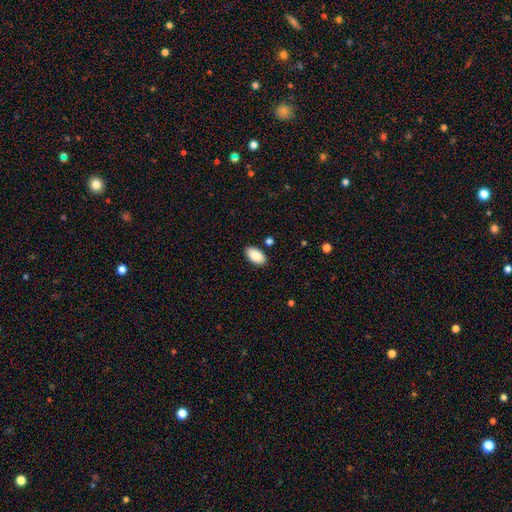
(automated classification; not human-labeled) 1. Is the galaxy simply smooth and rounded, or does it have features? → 87% smooth, 7% star or artifact, 6% featured or disk.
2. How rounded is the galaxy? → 95% in between, 3% round, 2% cigar-shaped.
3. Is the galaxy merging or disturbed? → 87% none, 9% minor disturbance, 2% merger, 2% major disturbance.